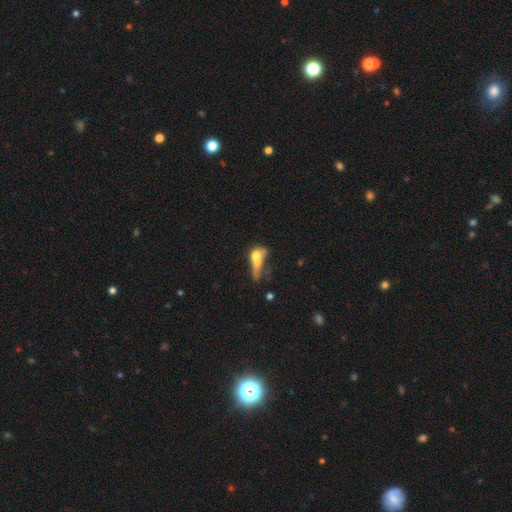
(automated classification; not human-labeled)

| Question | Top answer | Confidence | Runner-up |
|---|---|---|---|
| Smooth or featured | smooth | 52% | featured or disk (36%) |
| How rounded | in between | 50% | cigar-shaped (30%) |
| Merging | merger | 41% | major disturbance (30%) |